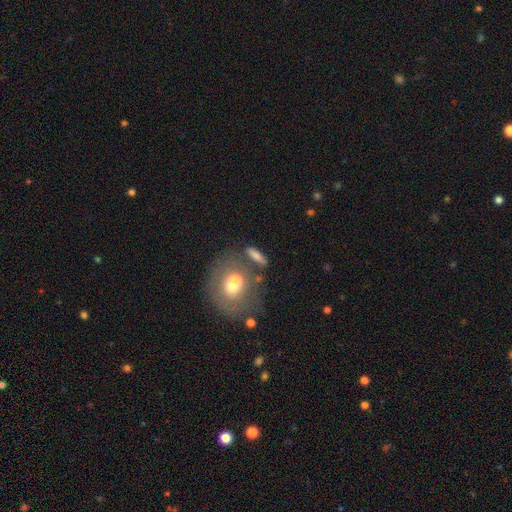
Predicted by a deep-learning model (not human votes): This appears to be a smooth galaxy with no disk features (67%) that is cigar-shaped (44%). Merging: none (58%).